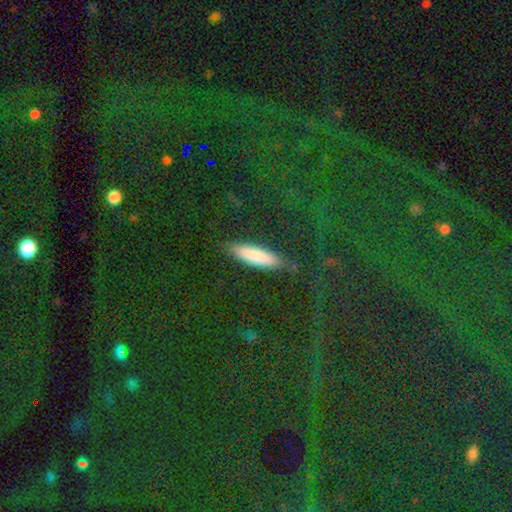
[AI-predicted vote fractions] Smooth or featured? smooth (80%)
How rounded? cigar-shaped (67%)
Merging? none (84%)